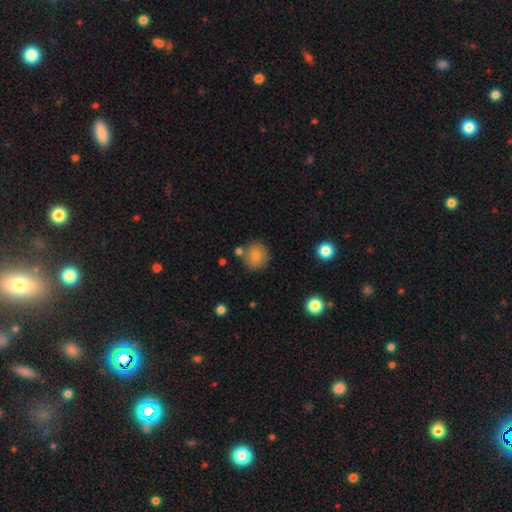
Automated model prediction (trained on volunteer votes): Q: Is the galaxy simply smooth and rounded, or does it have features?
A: smooth — 81%.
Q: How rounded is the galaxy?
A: round — 93%.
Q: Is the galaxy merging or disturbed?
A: none — 78%.